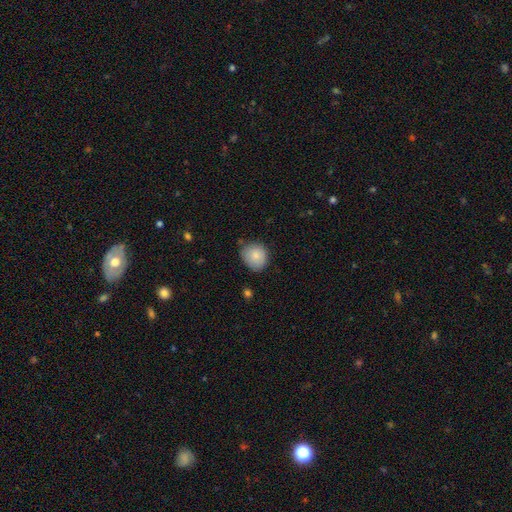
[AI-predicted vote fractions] Smooth or featured? smooth (83%)
How rounded? round (76%)
Merging? none (72%)